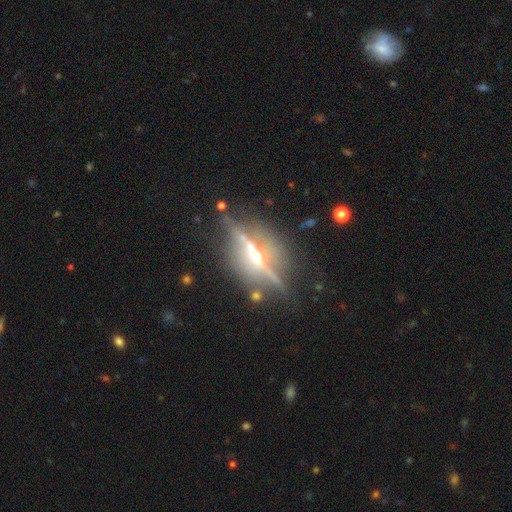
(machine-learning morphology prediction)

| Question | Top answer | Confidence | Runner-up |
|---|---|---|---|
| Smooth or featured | featured or disk | 80% | smooth (10%) |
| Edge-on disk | yes | 89% | no (11%) |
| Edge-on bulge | rounded | 94% | none (3%) |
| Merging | none | 77% | minor disturbance (13%) |